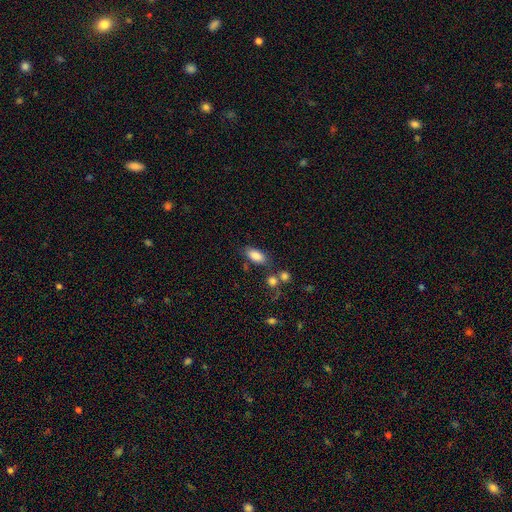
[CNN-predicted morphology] Smooth or featured: smooth — 85% (star or artifact — 8%)
How rounded: in between — 88% (cigar-shaped — 8%)
Merging: none — 71% (minor disturbance — 15%)